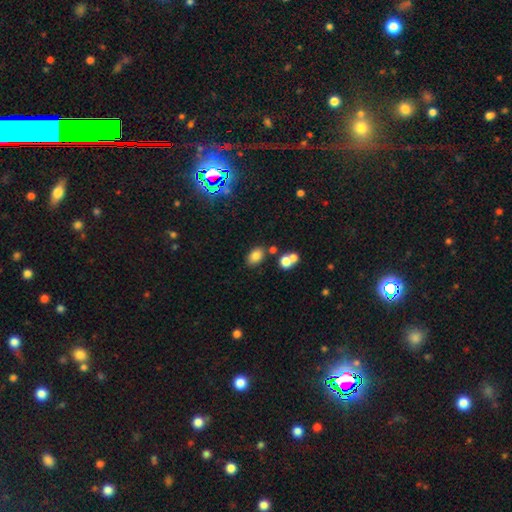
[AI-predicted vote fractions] The model was most divided on "merging": none: 73%, merger: 12%, minor disturbance: 11%, major disturbance: 4%. More confident: how rounded — in between (82%); smooth or featured — smooth (79%).